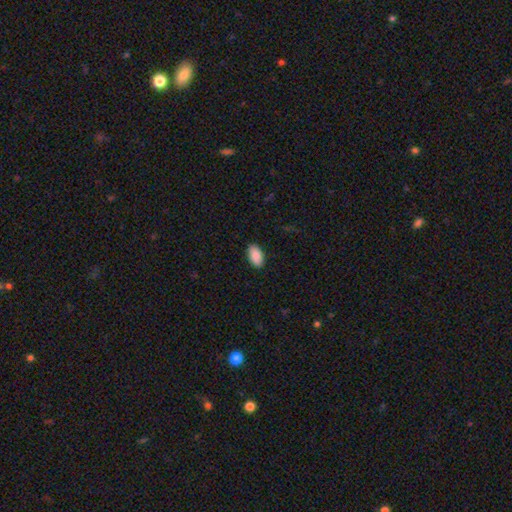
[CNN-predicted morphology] This is clearly a smooth galaxy (88%). How rounded: clearly in between (95%). Merging: clearly none (88%).